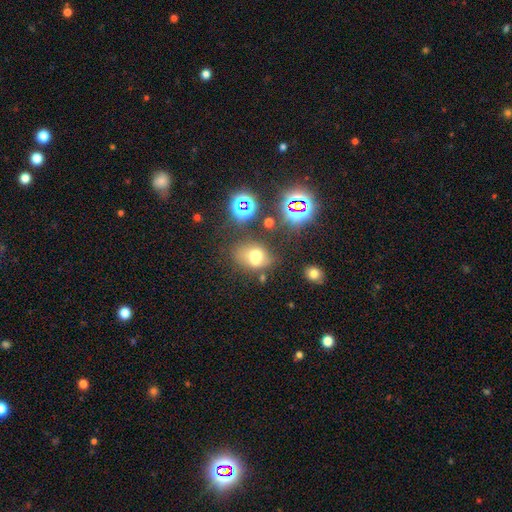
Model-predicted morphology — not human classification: This appears to be a smooth galaxy with no disk features (59%) that is in between round and cigar-shaped (61%). Merging: none (48%).